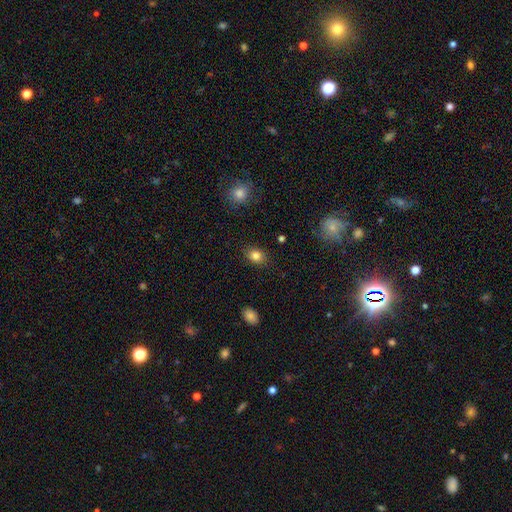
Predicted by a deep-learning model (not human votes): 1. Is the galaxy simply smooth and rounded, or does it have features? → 84% smooth, 10% star or artifact, 6% featured or disk.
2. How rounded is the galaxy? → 64% in between, 34% round, 1% cigar-shaped.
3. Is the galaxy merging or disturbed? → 86% none, 10% minor disturbance, 3% major disturbance, 1% merger.